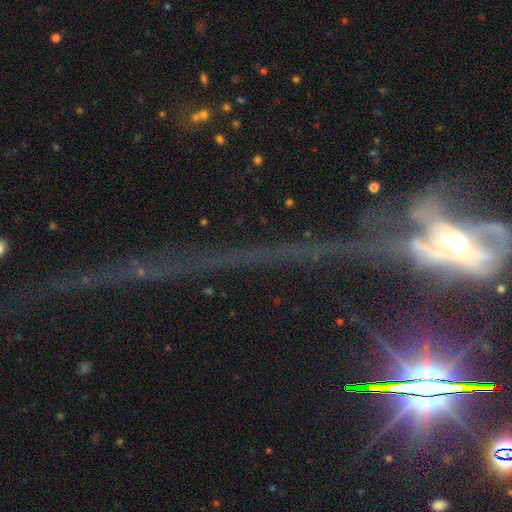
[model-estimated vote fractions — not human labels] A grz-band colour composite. It shows a featured or disk galaxy (46%). Merging: none (38%).